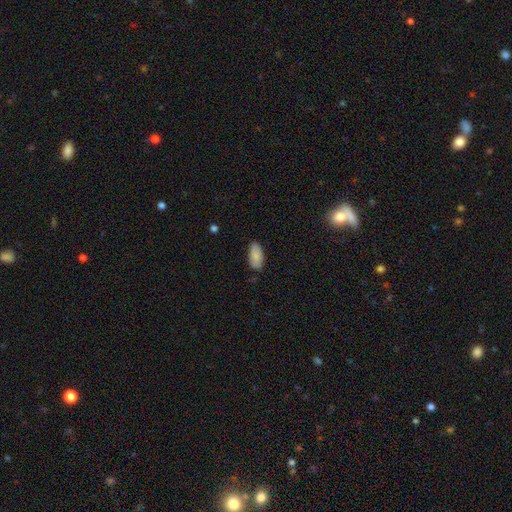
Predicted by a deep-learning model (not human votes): This is clearly a smooth galaxy (87%). How rounded: clearly in between (93%). Merging: clearly none (81%).